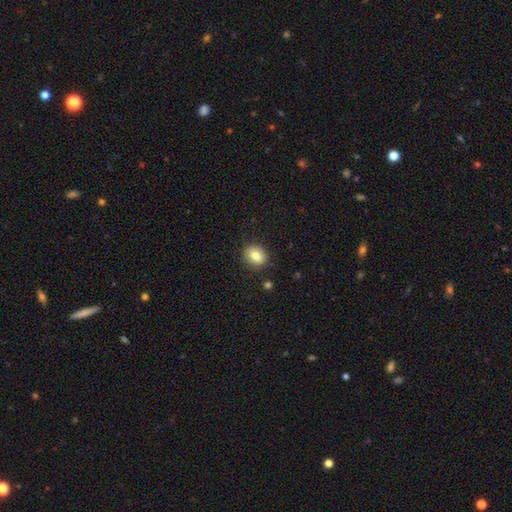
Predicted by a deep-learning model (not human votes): Morphology: type=smooth (82%); roundness=in between (50%); merging=none (87%).